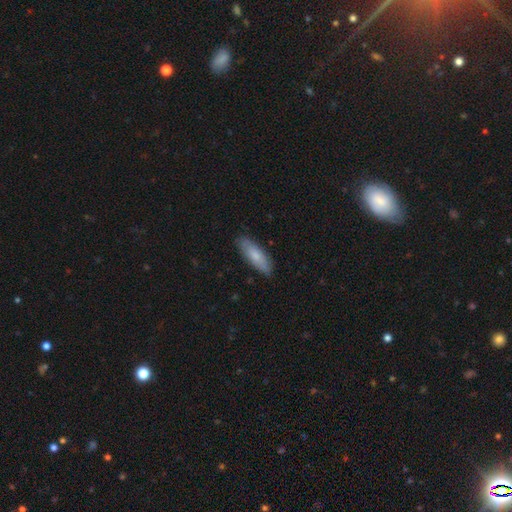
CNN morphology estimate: smooth-or-featured: smooth: 76% | featured or disk: 19% | star or artifact: 5%
  how-rounded: in between: 52% | cigar-shaped: 46% | round: 2%
  merging: none: 86% | minor disturbance: 11% | major disturbance: 2% | merger: 1%